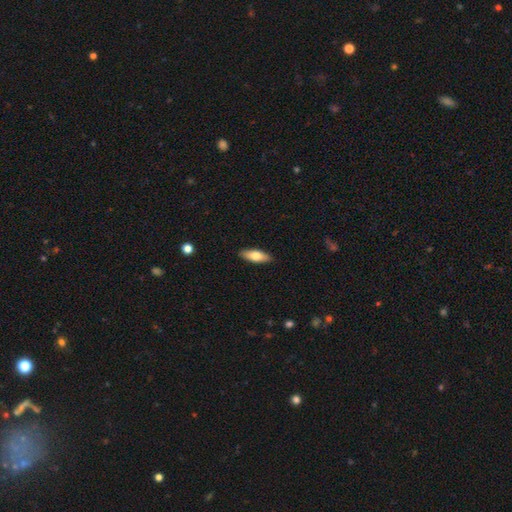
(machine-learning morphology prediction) Smooth or featured? smooth (72%)
How rounded? in between (68%)
Merging? none (89%)